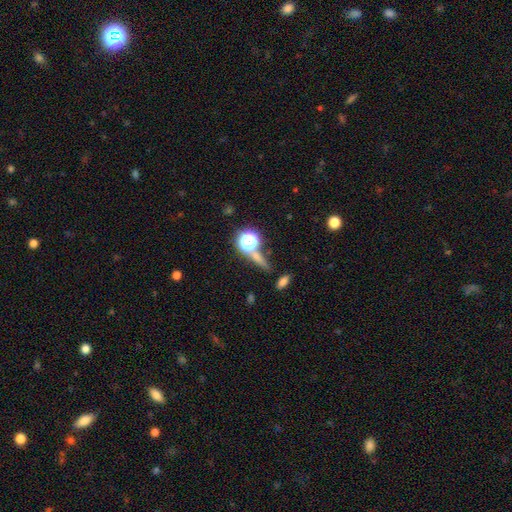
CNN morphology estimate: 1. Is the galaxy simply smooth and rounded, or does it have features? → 48% smooth, 37% star or artifact, 15% featured or disk.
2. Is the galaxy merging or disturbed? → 65% none, 16% merger, 11% minor disturbance, 7% major disturbance.